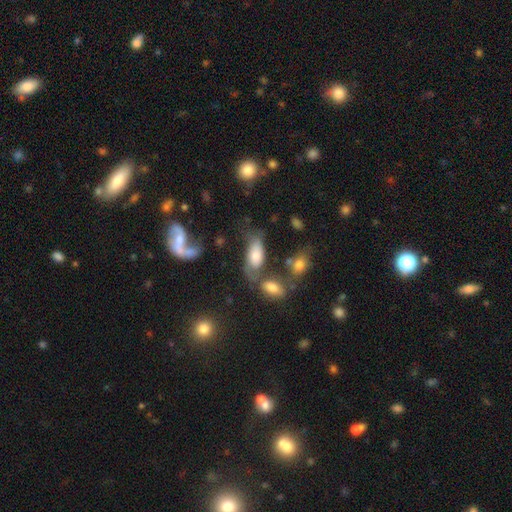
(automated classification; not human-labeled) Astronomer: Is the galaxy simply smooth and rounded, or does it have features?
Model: smooth — 65%.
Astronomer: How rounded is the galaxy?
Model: in between — 90%.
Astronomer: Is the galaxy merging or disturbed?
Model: none — 36% (runner-up: merger, 27%).